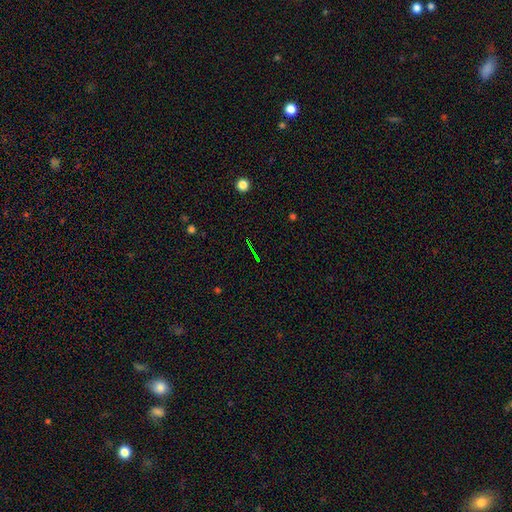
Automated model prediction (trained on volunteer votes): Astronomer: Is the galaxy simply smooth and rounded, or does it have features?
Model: star or artifact — 72%.